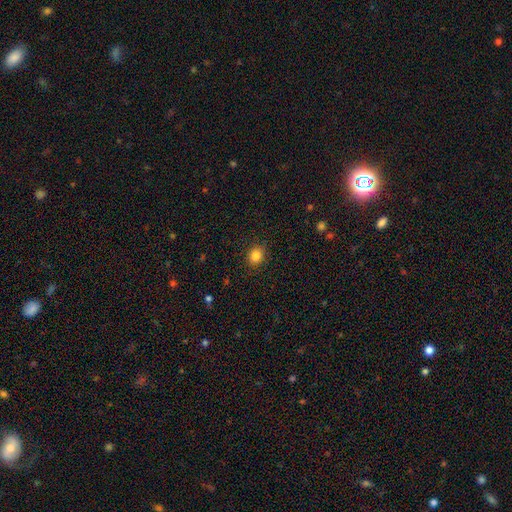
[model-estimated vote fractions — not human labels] A smooth galaxy with no disk features (85%) that is round (65%). Merging: none (89%).